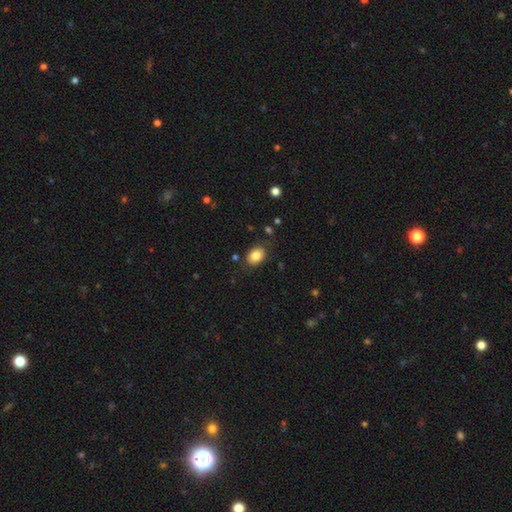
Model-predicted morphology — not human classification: A smooth galaxy with no disk features (84%) that is in between round and cigar-shaped (76%). Merging: none (82%).